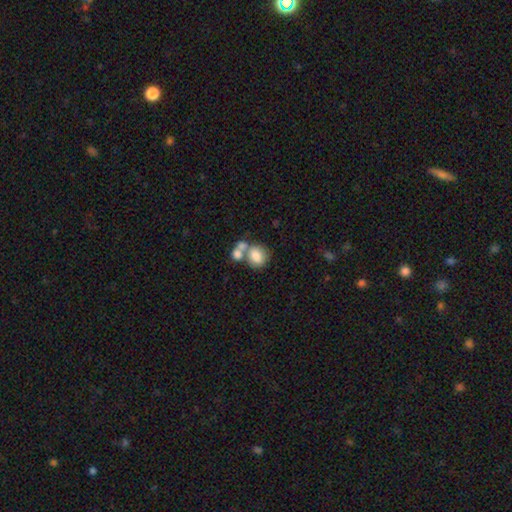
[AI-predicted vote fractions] smooth 77%, featured or disk 14%, star or artifact 9%. Down the decision tree: how rounded — round (56%); merging — merger (52%).